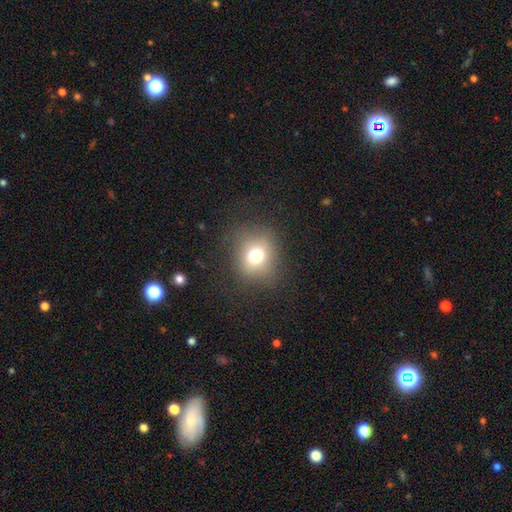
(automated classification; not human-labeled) This appears to be a smooth galaxy with no disk features (71%) that is round (79%). Merging: none (82%).